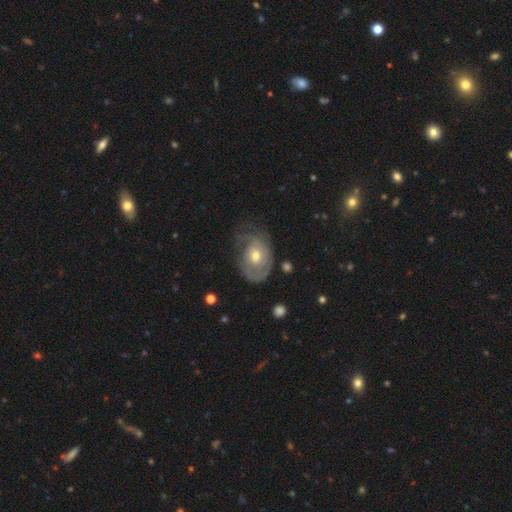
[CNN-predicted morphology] smooth-or-featured: featured or disk: 70% | smooth: 23% | star or artifact: 7%
  disk-edge-on: no: 96% | yes: 4%
    bar: no: 75% | weak: 22% | strong: 4%
    has-spiral-arms: yes: 80% | no: 20%
      spiral-winding: tight: 57% | medium: 29% | loose: 14%
      spiral-arm-count: can't tell: 38% | 2: 28% | 1: 23% | 3: 7% | 4: 3% | more than 4: 2%
    bulge-size: moderate: 68% | small: 26% | large: 4% | none: 1% | dominant: 1%
  merging: none: 54% | minor disturbance: 26% | major disturbance: 18% | merger: 2%